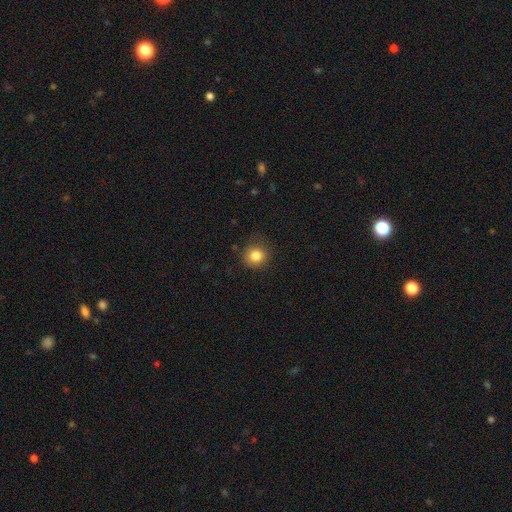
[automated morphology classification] Overall: smooth (83%). How rounded: round (90%). Merging: none (80%).